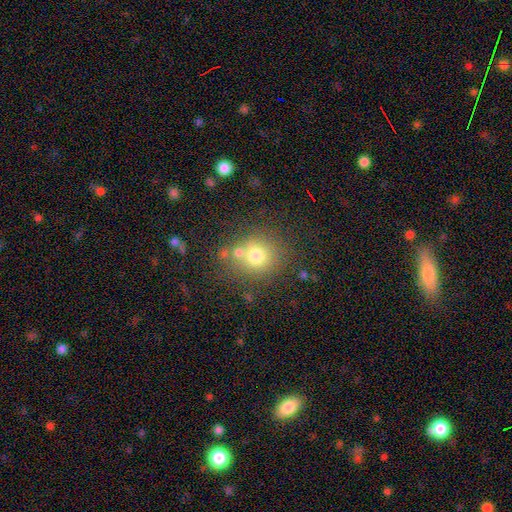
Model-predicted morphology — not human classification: Overall: smooth (71%). How rounded: round (86%). Merging: none (64%).